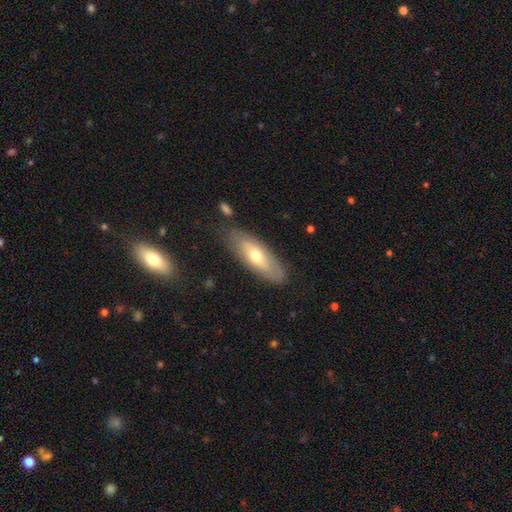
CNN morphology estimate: smooth 52%, featured or disk 42%, star or artifact 6%. Down the decision tree: how rounded — in between (64%); merging — none (80%).